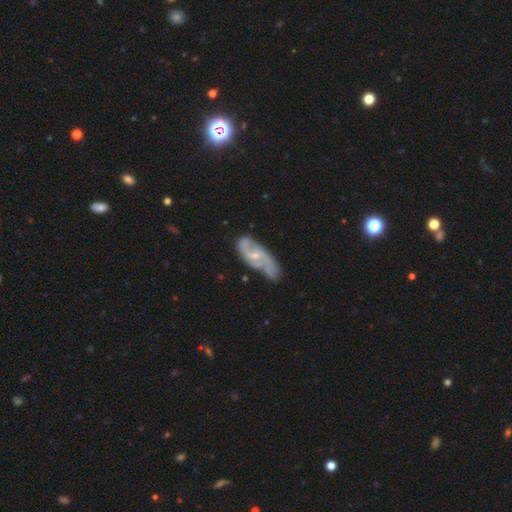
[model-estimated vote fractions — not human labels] Smooth or featured?
  - featured or disk: 74% *
  - smooth: 19%
  - star or artifact: 7%
Edge-on disk?
  - no: 90% *
  - yes: 10%
Bar?
  - no: 52% *
  - weak: 40%
  - strong: 8%
Spiral arms?
  - yes: 86% *
  - no: 14%
Spiral winding?
  - medium: 43% *
  - loose: 33%
  - tight: 23%
Spiral arm count?
  - 2: 62% *
  - can't tell: 20%
  - 3: 10%
  - 1: 3%
  - 4: 3%
  - more than 4: 2%
Bulge size?
  - small: 65% *
  - moderate: 29%
  - none: 4%
  - large: 1%
  - dominant: 1%
Merging?
  - none: 52% *
  - minor disturbance: 30%
  - major disturbance: 13%
  - merger: 5%